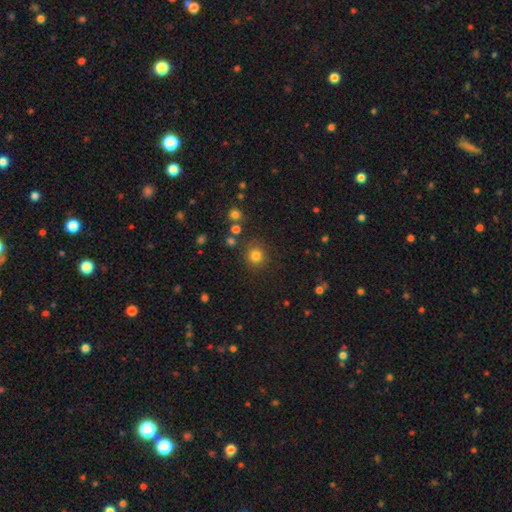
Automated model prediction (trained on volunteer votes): This is likely a smooth galaxy (80%). How rounded: clearly round (91%). Merging: clearly none (85%).